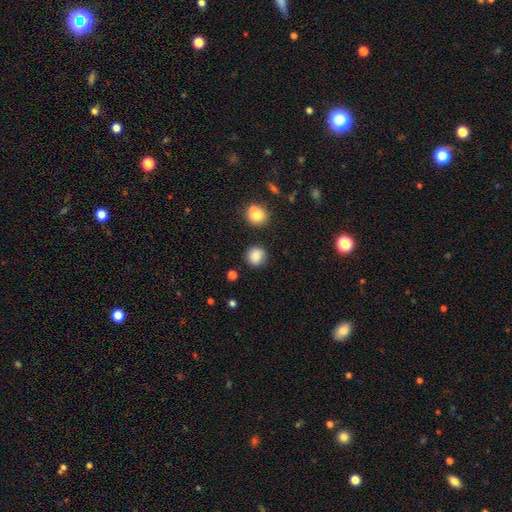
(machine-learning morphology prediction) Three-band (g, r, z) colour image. It shows a smooth galaxy with no disk features (85%) that is round (86%). Merging: none (82%).